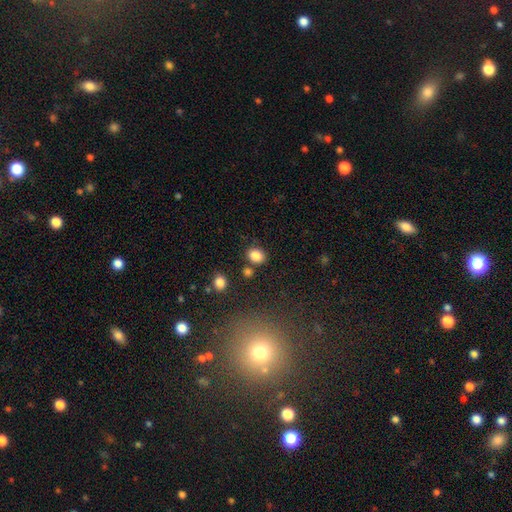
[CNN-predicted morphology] Q: Smooth or featured?
A: smooth (84%); runner-up: star or artifact (10%)
Q: How rounded?
A: round (51%); runner-up: in between (48%)
Q: Merging?
A: none (76%); runner-up: minor disturbance (11%)